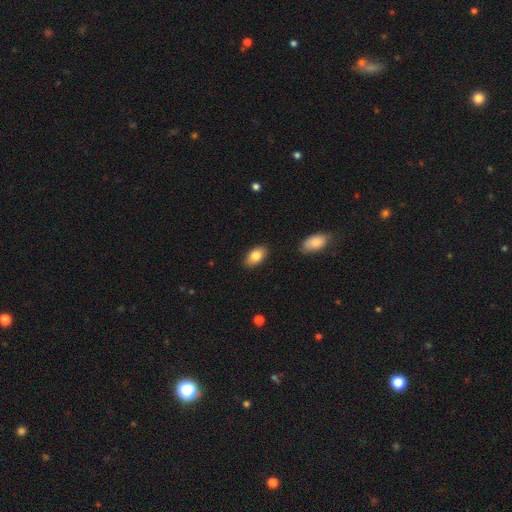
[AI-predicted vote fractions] Smooth or featured? smooth (83%)
How rounded? in between (92%)
Merging? none (86%)